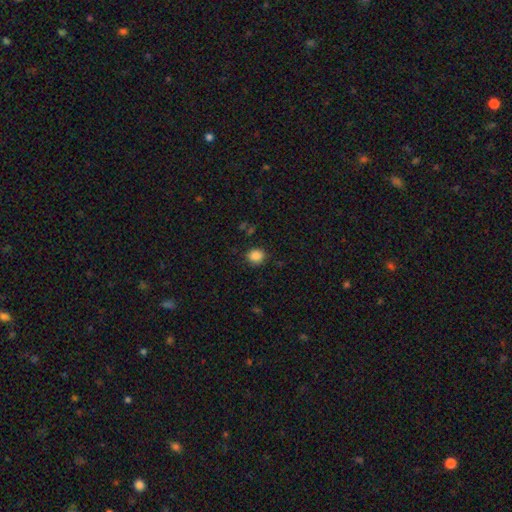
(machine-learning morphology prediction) A smooth galaxy with no disk features (86%) that is round (79%). Merging: none (87%).